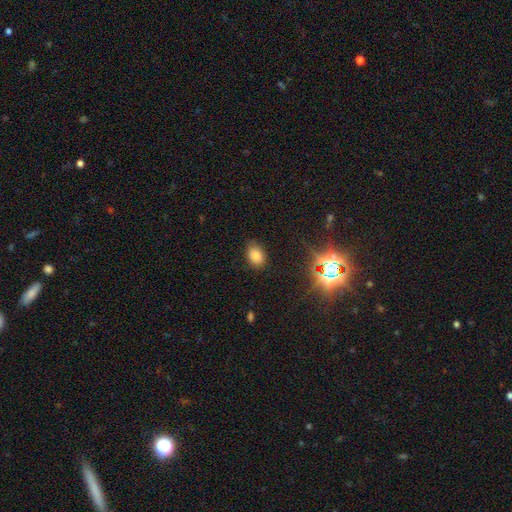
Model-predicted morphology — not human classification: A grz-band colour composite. It shows a smooth galaxy with no disk features (78%) that is in between round and cigar-shaped (79%). Merging: none (81%).